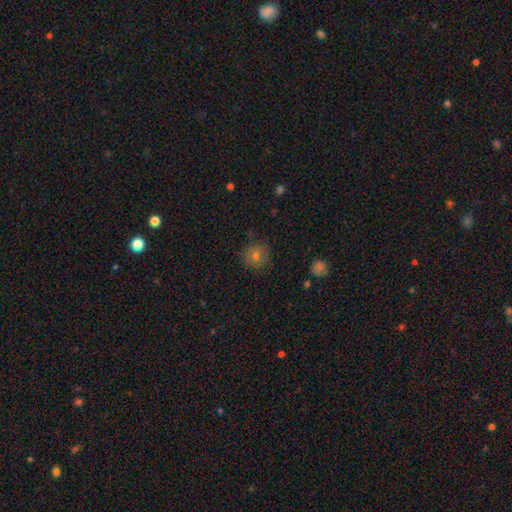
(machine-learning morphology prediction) Overall: smooth (70%). How rounded: round (91%). Merging: none (85%).